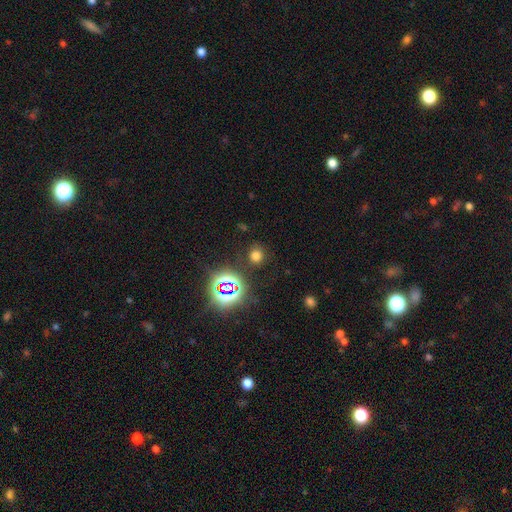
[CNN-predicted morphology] smooth-or-featured: smooth: 66% | star or artifact: 28% | featured or disk: 6%
  how-rounded: round: 86% | in between: 13% | cigar-shaped: 1%
  merging: none: 85% | minor disturbance: 9% | major disturbance: 4% | merger: 3%